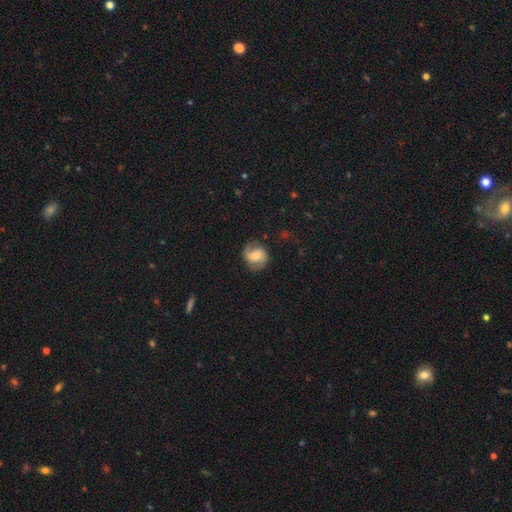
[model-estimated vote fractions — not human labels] Smooth or featured: featured or disk — 55% (smooth — 37%)
Edge-on disk: no — 97% (yes — 3%)
Bar: no — 47% (weak — 39%)
Spiral arms: yes — 89% (no — 11%)
Bulge size: moderate — 47% (small — 38%)
Merging: none — 76% (minor disturbance — 16%)